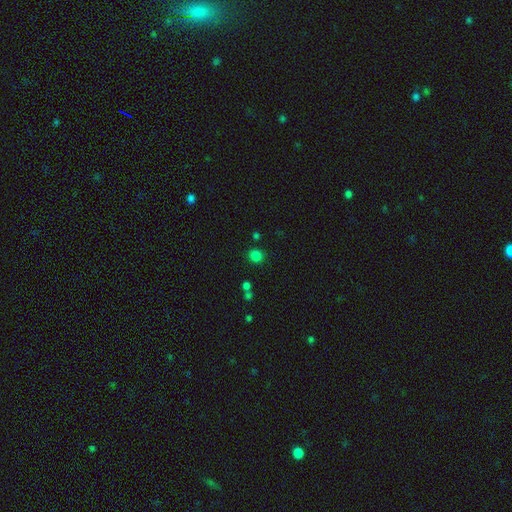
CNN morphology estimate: Overall: smooth (80%). How rounded: round (85%). Merging: none (83%).